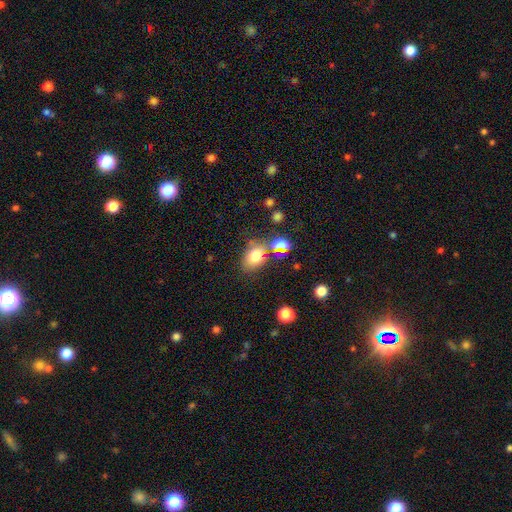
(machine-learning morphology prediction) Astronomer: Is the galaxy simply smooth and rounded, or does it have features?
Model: smooth — 77%.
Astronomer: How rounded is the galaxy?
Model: in between — 79%.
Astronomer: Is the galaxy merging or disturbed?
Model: none — 56%.